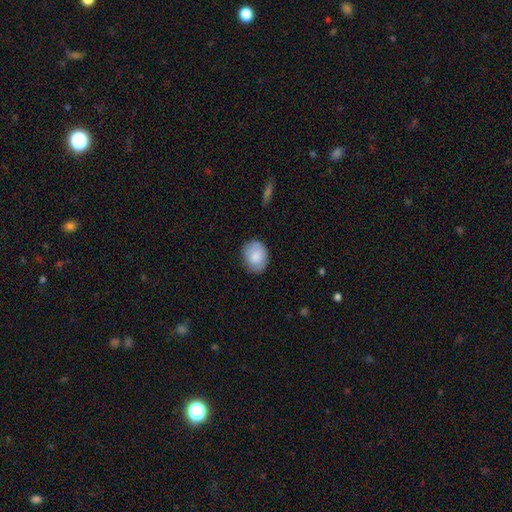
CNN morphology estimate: Q: Smooth or featured?
A: smooth (84%); runner-up: featured or disk (9%)
Q: How rounded?
A: round (50%); runner-up: in between (49%)
Q: Merging?
A: none (79%); runner-up: minor disturbance (16%)